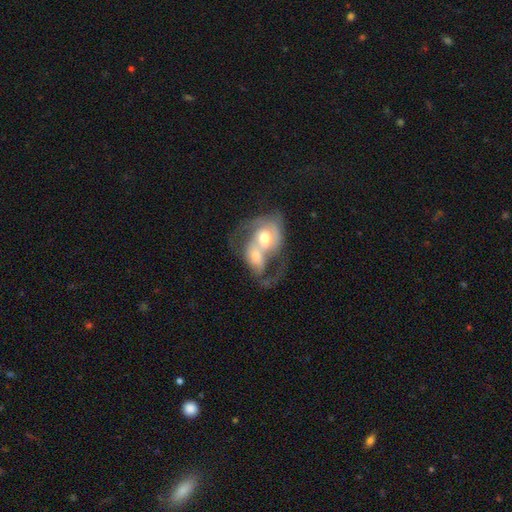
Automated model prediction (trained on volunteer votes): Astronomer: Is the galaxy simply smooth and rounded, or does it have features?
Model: featured or disk — 56% (runner-up: smooth, 37%).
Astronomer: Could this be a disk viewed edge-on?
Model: no — 95%.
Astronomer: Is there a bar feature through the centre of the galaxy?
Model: no — 73%.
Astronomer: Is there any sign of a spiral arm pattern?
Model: yes — 55% (runner-up: no, 45%).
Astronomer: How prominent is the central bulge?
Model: moderate — 63%.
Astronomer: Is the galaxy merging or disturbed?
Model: merger — 79%.